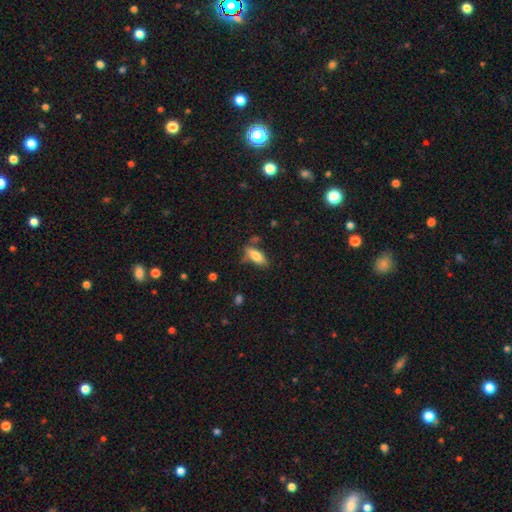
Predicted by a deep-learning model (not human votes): smooth-or-featured: smooth: 78% | featured or disk: 14% | star or artifact: 7%
  how-rounded: in between: 77% | cigar-shaped: 21% | round: 2%
  merging: none: 66% | minor disturbance: 20% | merger: 8% | major disturbance: 6%